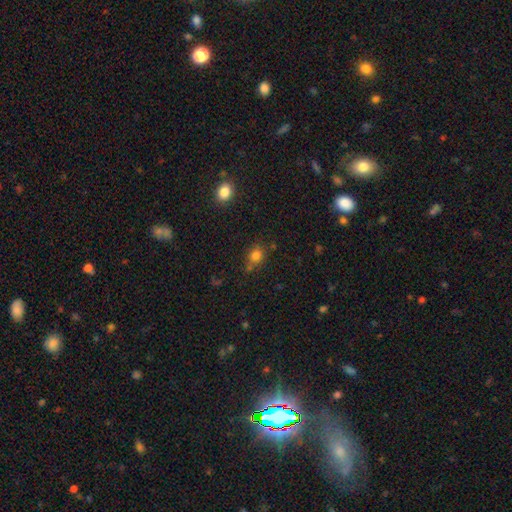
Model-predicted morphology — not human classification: This is likely a smooth galaxy (79%). How rounded: possibly round (55%). Merging: likely none (64%).